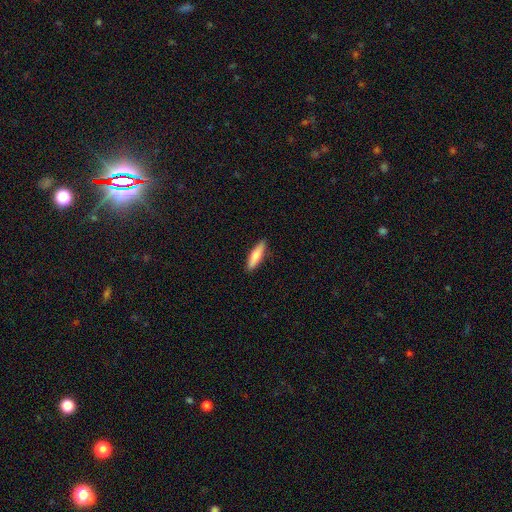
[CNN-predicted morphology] smooth-or-featured: smooth: 74% | featured or disk: 20% | star or artifact: 5%
  how-rounded: cigar-shaped: 71% | in between: 28% | round: 2%
  merging: none: 89% | minor disturbance: 8% | major disturbance: 2% | merger: 1%